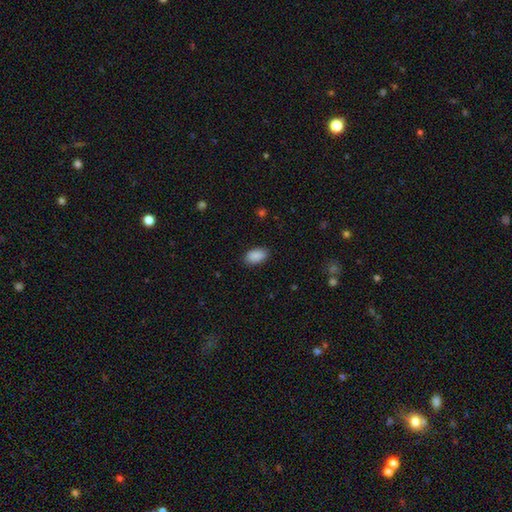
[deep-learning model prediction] A smooth galaxy with no disk features (90%) that is in between round and cigar-shaped (93%).

Vote fractions:
- Smooth or featured? smooth: 90% / star or artifact: 7% / featured or disk: 3%
- How rounded? in between: 93% / round: 5% / cigar-shaped: 2%
- Merging? none: 87% / minor disturbance: 10% / major disturbance: 2% / merger: 1%